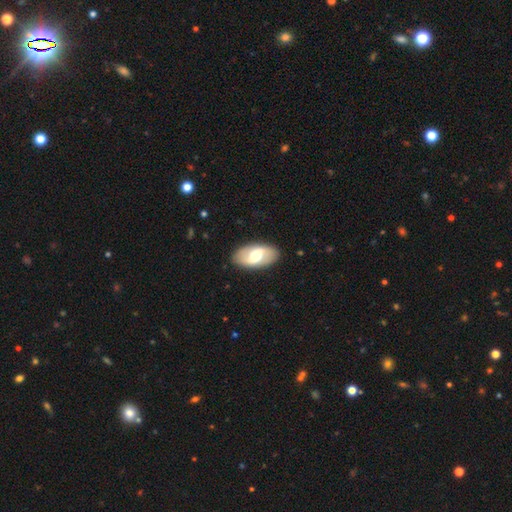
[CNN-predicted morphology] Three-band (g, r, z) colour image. It shows a featured or disk galaxy (53%). Merging: none (88%).